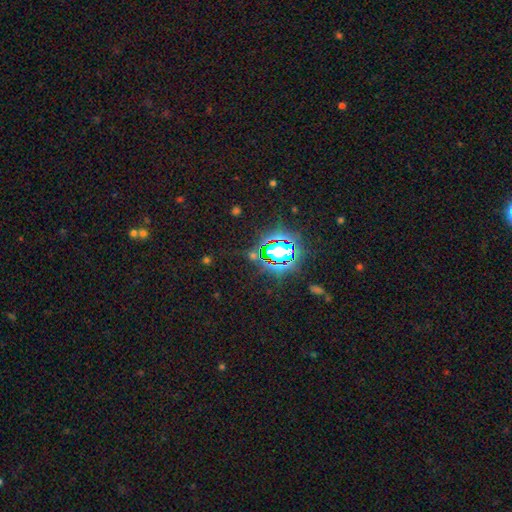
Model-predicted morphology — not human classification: A star or artifact, not a galaxy (76%).